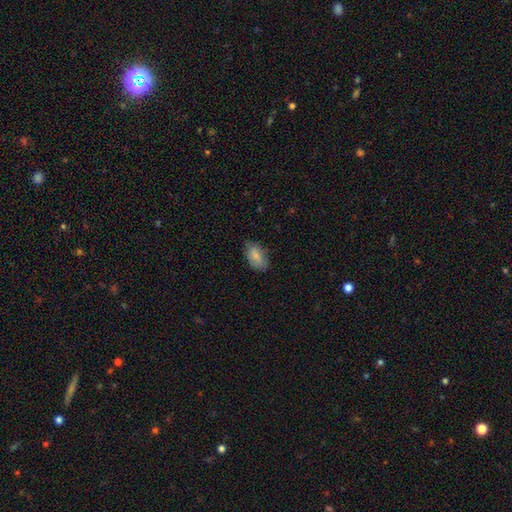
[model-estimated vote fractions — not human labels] Smooth or featured? smooth (83%)
How rounded? in between (93%)
Merging? none (71%)